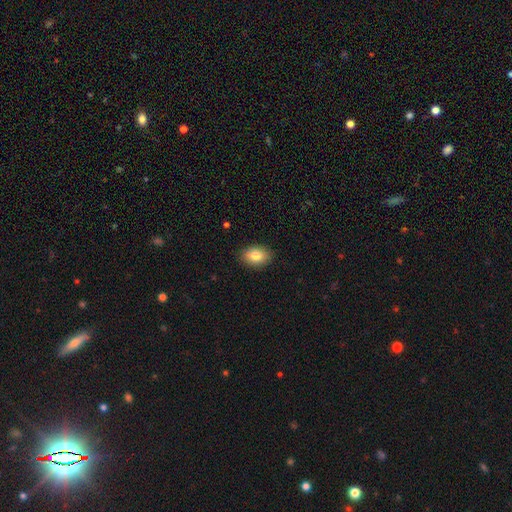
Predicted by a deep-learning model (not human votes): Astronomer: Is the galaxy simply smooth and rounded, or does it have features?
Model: smooth — 83%.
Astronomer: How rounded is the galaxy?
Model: in between — 83%.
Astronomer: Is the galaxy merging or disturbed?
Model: none — 89%.